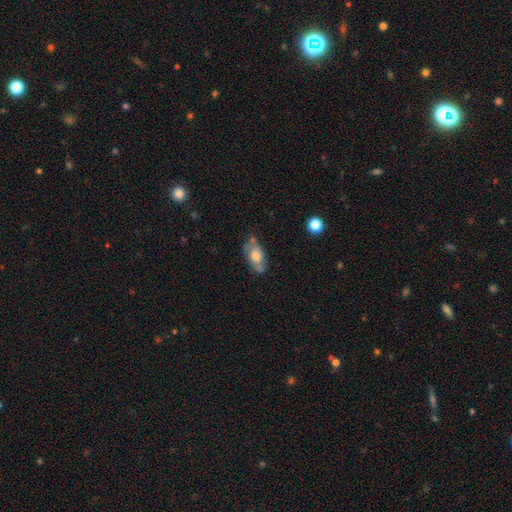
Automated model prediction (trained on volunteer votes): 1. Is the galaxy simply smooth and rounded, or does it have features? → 52% smooth, 41% featured or disk, 7% star or artifact.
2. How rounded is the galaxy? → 86% in between, 8% round, 6% cigar-shaped.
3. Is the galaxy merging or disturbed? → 63% none, 24% minor disturbance, 7% major disturbance, 6% merger.